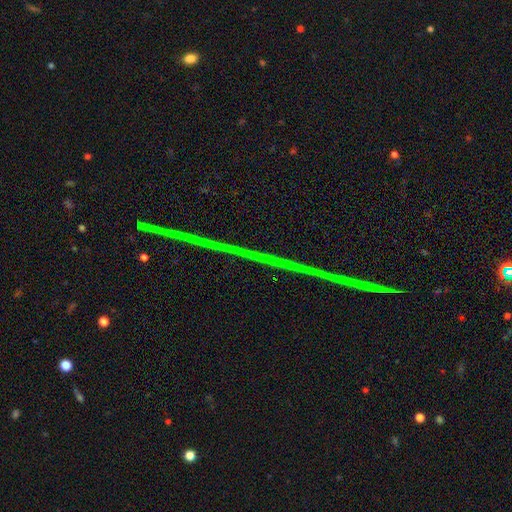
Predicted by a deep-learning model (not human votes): smooth_or_featured: star or artifact (p=0.86) [alt: featured or disk p=0.09]